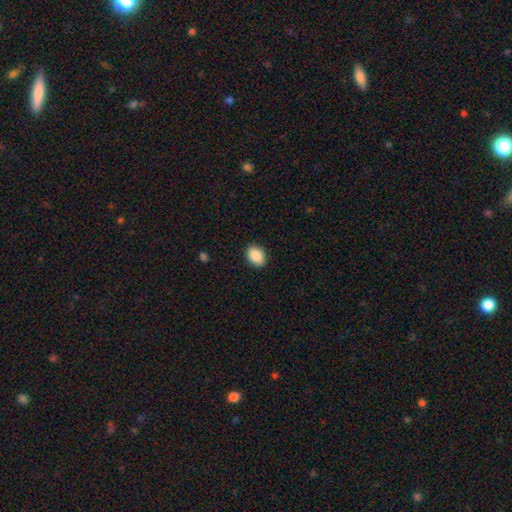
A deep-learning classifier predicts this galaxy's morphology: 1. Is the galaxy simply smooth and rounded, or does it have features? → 88% smooth, 8% star or artifact, 4% featured or disk.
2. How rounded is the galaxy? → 68% in between, 31% round, 1% cigar-shaped.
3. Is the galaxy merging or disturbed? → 90% none, 7% minor disturbance, 2% major disturbance, 1% merger.